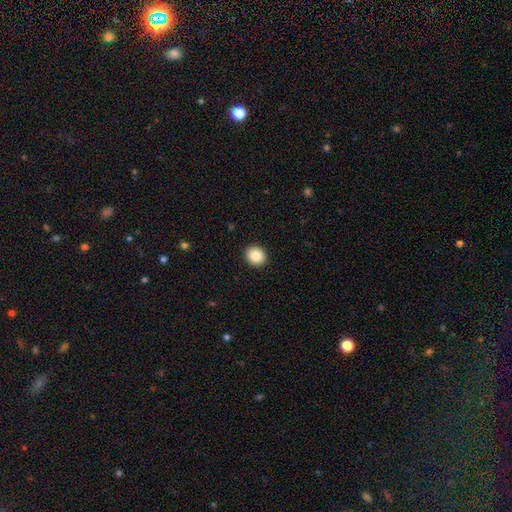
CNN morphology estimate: This appears to be a smooth galaxy with no disk features (86%) that is round (81%). Merging: none (92%).